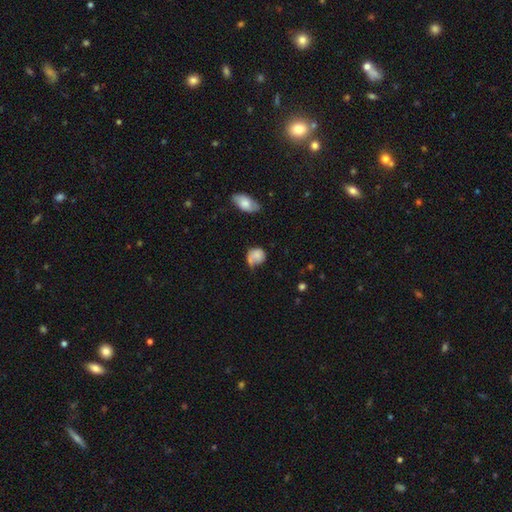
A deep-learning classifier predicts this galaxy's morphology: Q: Smooth or featured?
A: smooth (72%); runner-up: featured or disk (20%)
Q: How rounded?
A: round (62%); runner-up: in between (37%)
Q: Merging?
A: none (37%); runner-up: minor disturbance (34%)